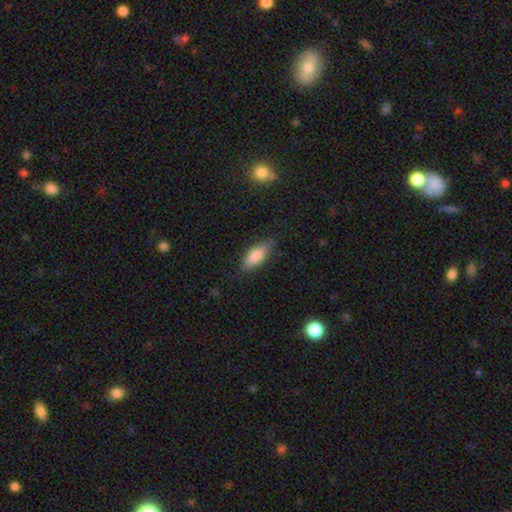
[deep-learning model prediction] Morphology: type=smooth (80%); roundness=in between (71%); merging=none (80%).